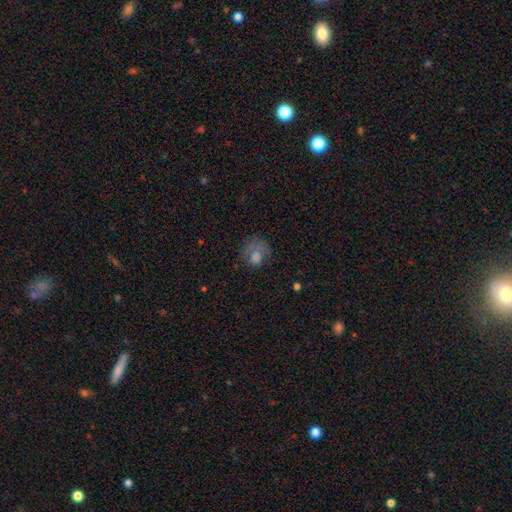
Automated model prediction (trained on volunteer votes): The model was most divided on "merging": none: 44%, major disturbance: 31%, minor disturbance: 22%, merger: 3%. More confident: how rounded — round (67%); smooth or featured — smooth (57%).